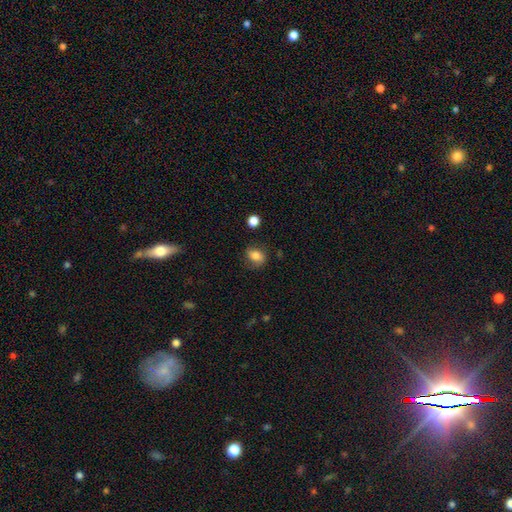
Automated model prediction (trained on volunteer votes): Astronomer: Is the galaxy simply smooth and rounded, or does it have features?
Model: smooth — 82%.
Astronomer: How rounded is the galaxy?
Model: in between — 56% (runner-up: round, 42%).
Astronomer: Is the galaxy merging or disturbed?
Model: none — 74%.